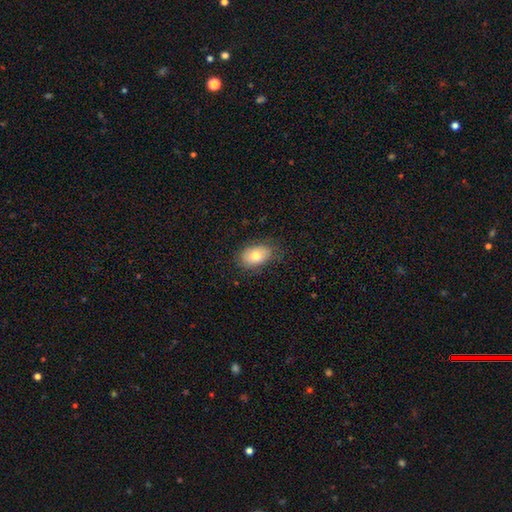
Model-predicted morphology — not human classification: Smooth or featured? smooth (75%)
How rounded? in between (86%)
Merging? none (76%)